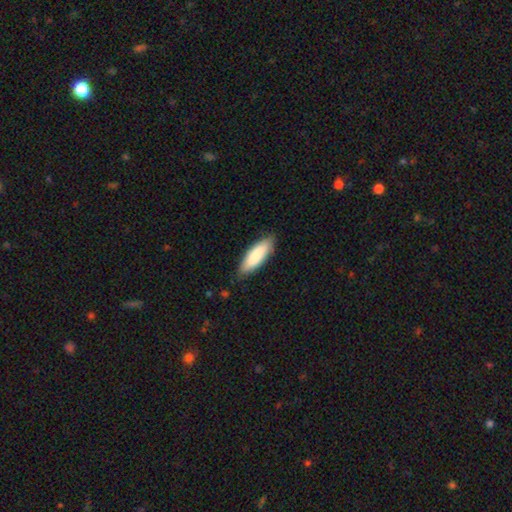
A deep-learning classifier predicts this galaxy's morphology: type=smooth (85%); roundness=in between (59%); merging=none (83%).